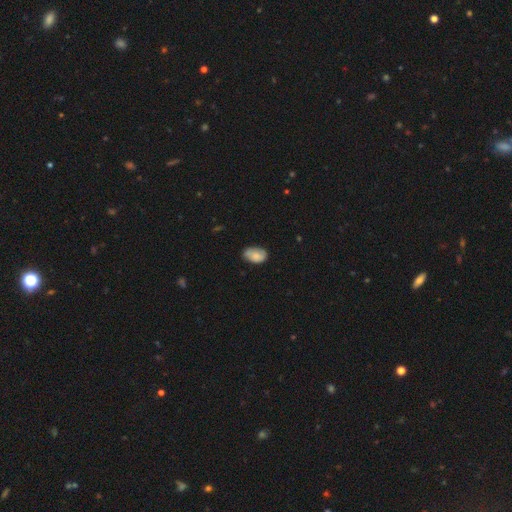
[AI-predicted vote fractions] Smooth or featured? Predicted: smooth (p=0.75). How rounded? Predicted: in between (p=0.89). Merging? Predicted: none (p=0.68).